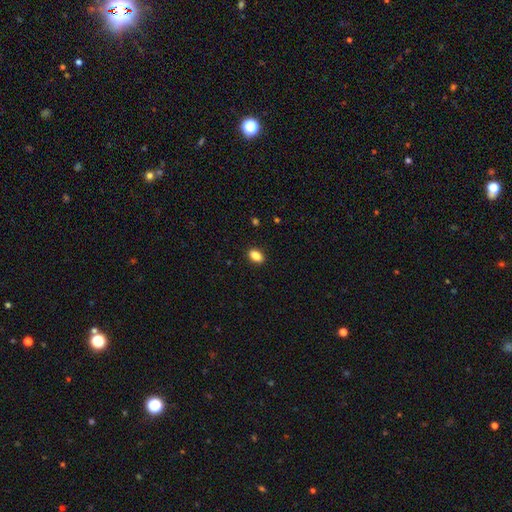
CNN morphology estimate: smooth-or-featured: smooth: 88% | star or artifact: 8% | featured or disk: 4%
  how-rounded: in between: 87% | round: 11% | cigar-shaped: 2%
  merging: none: 90% | minor disturbance: 7% | major disturbance: 2% | merger: 1%